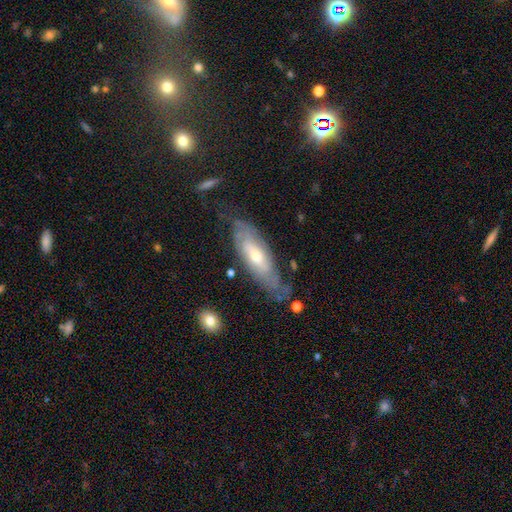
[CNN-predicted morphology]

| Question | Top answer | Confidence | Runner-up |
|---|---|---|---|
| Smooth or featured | featured or disk | 68% | smooth (26%) |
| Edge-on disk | no | 76% | yes (24%) |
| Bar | no | 58% | weak (33%) |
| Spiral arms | yes | 77% | no (23%) |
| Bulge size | moderate | 57% | small (36%) |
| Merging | none | 62% | minor disturbance (25%) |